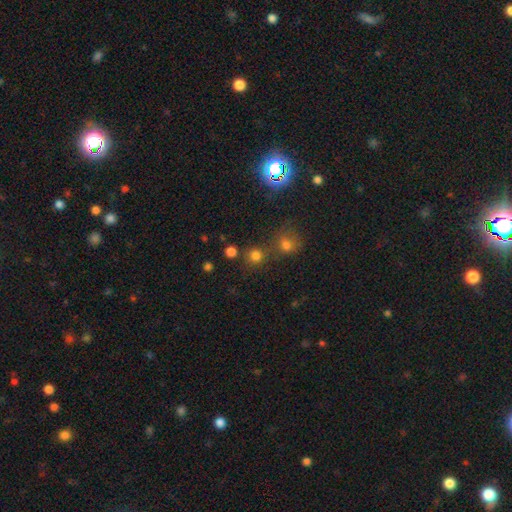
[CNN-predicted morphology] The model was most divided on "merging": none: 67%, merger: 21%, minor disturbance: 7%, major disturbance: 4%. More confident: how rounded — round (89%); smooth or featured — smooth (75%).